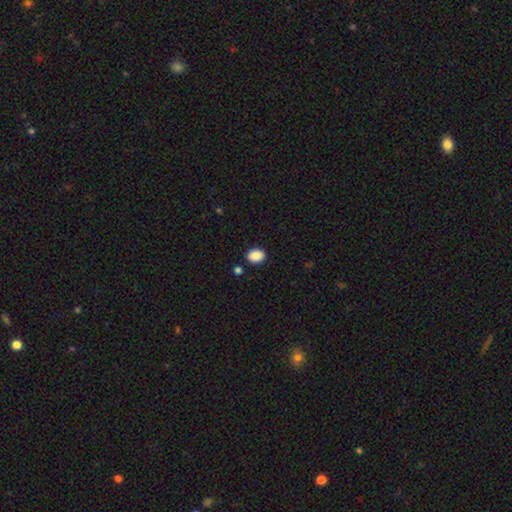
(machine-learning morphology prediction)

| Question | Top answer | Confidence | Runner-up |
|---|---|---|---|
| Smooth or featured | smooth | 89% | star or artifact (8%) |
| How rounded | in between | 68% | round (31%) |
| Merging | none | 87% | minor disturbance (8%) |